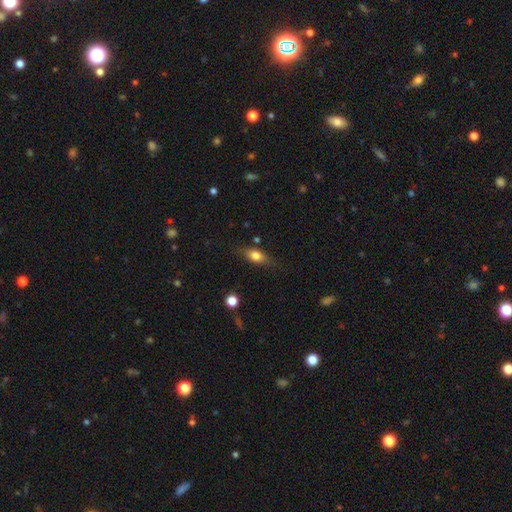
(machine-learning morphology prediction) Overall: smooth (71%). How rounded: in between (74%). Merging: none (74%).